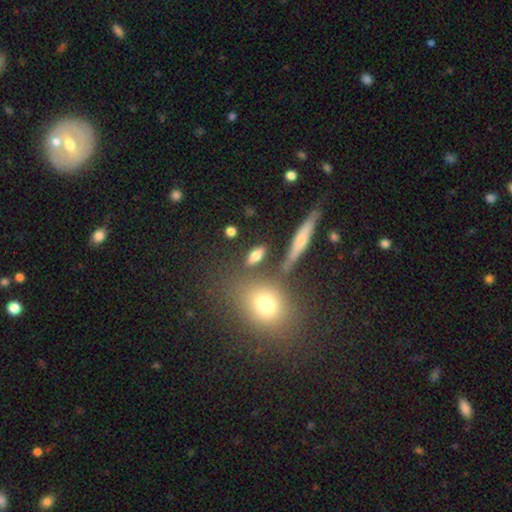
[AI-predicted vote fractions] smooth_or_featured: smooth (p=0.73) [alt: featured or disk p=0.17]
how_rounded: in between (p=0.70) [alt: cigar-shaped p=0.18]
merging: none (p=0.77) [alt: minor disturbance p=0.11]